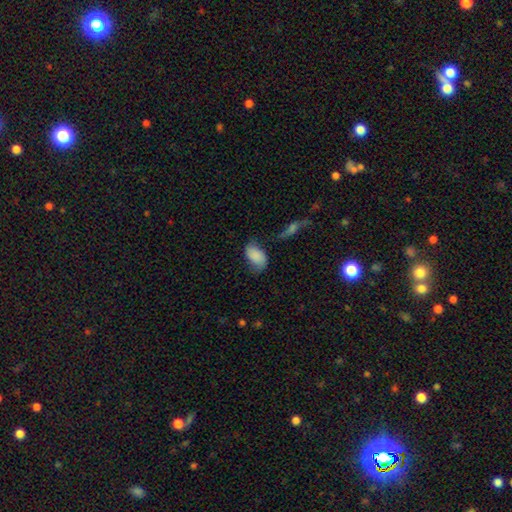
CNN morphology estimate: Smooth or featured? smooth (81%)
How rounded? in between (92%)
Merging? none (54%)